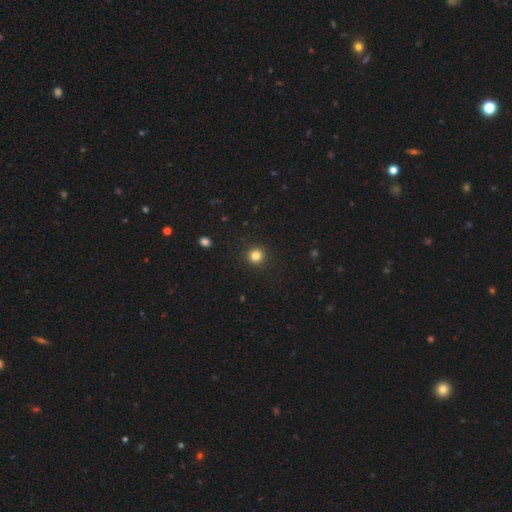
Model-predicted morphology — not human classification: Smooth or featured? Predicted: smooth (p=0.83). How rounded? Predicted: round (p=0.94). Merging? Predicted: none (p=0.92).